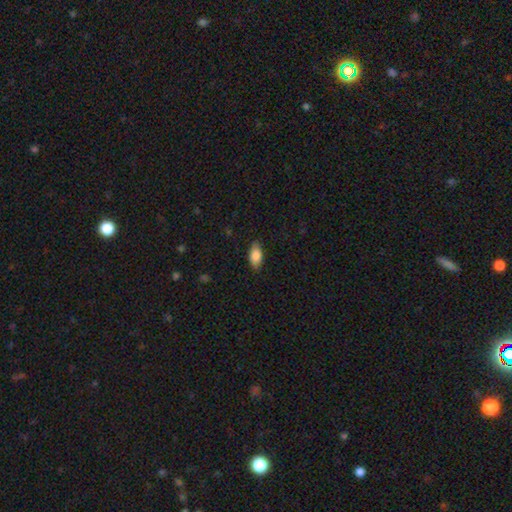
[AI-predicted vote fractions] This appears to be a smooth galaxy with no disk features (83%) that is in between round and cigar-shaped (89%). Merging: none (82%).